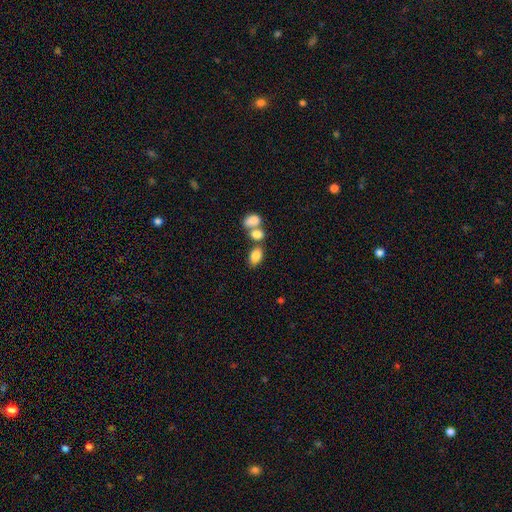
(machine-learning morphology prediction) type=smooth (82%); roundness=in between (87%); merging=none (45%).